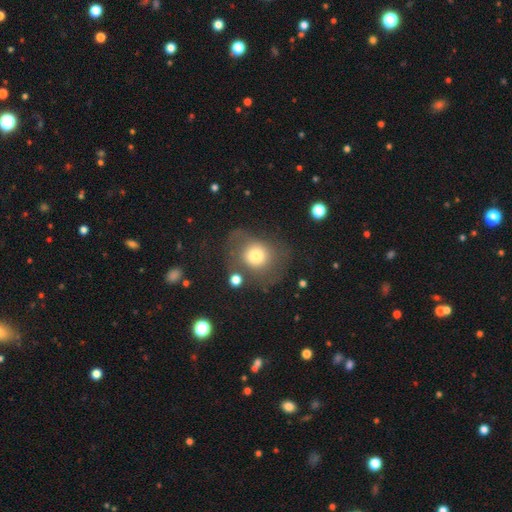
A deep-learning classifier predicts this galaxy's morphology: type=smooth (67%); roundness=round (70%); merging=none (50%).